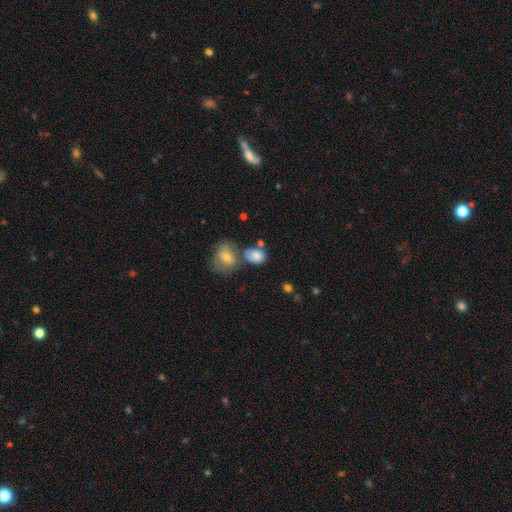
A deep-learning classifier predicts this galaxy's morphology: Smooth or featured? Predicted: smooth (p=0.79). How rounded? Predicted: in between (p=0.57). Merging? Predicted: none (p=0.41).